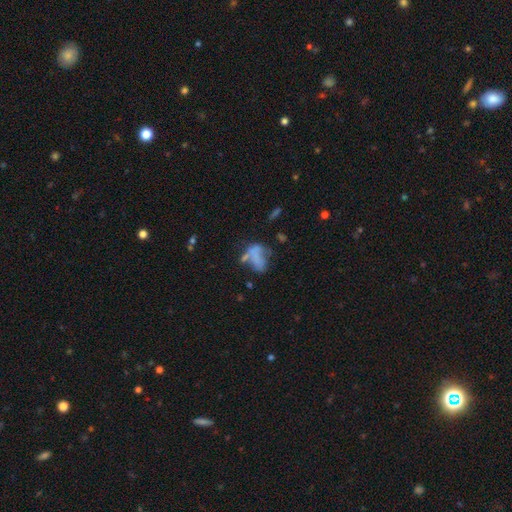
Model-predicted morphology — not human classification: smooth 50%, featured or disk 36%, star or artifact 14%. Down the decision tree: how rounded — in between (81%); merging — major disturbance (33%).